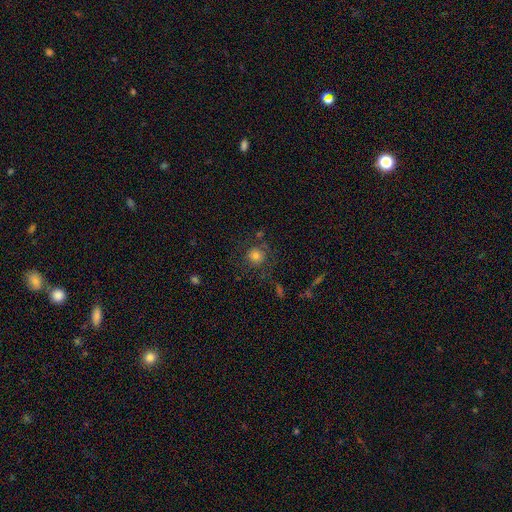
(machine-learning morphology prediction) Q: Smooth or featured?
A: smooth (75%); runner-up: star or artifact (14%)
Q: How rounded?
A: round (92%); runner-up: in between (7%)
Q: Merging?
A: none (74%); runner-up: minor disturbance (14%)